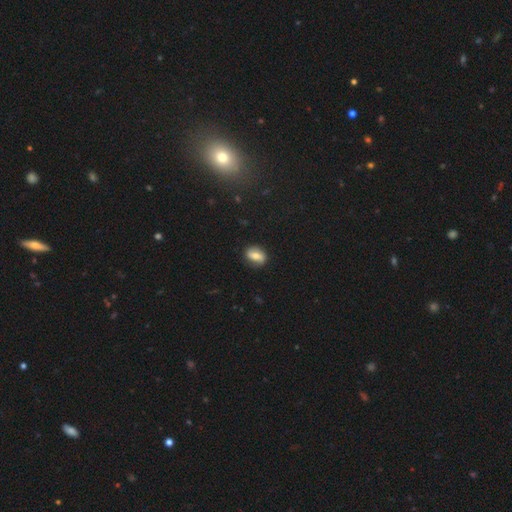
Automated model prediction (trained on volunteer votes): Overall: smooth (58%; featured or disk 33%). How rounded: in between (71%). Merging: none (82%).